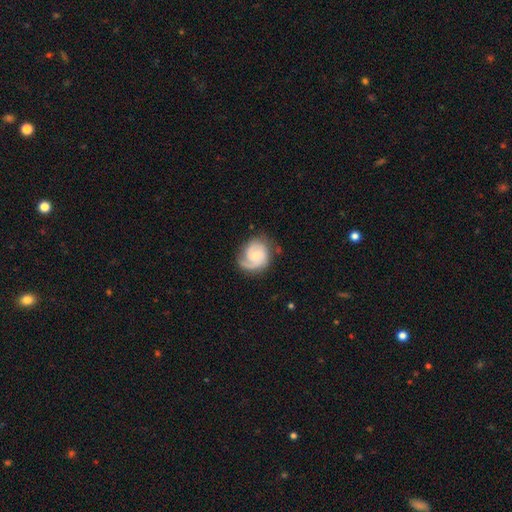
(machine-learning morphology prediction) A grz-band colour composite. It shows a featured or disk galaxy (80%) with no bar (67%), 2 (50%) tight (55%) spiral arms (96%) and a small central bulge (54%). Merging: none (69%).